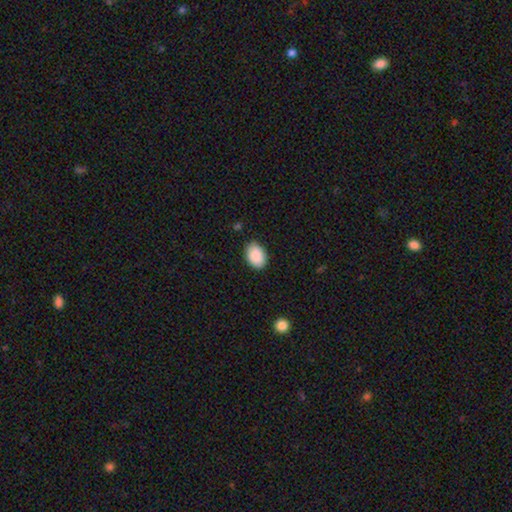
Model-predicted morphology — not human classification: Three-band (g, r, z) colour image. It shows a smooth galaxy with no disk features (89%) that is in between round and cigar-shaped (82%). Merging: none (82%).